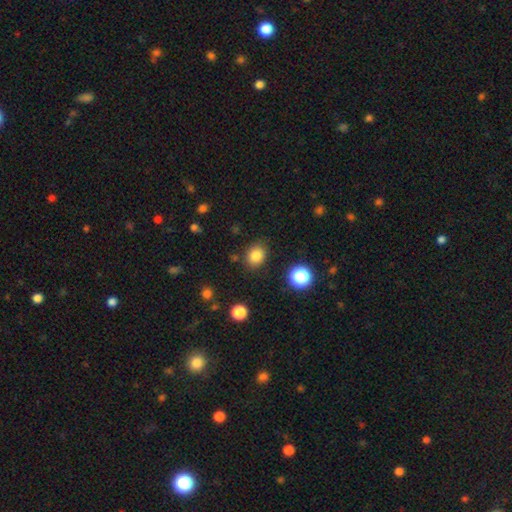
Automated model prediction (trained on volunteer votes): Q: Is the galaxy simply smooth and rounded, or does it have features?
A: smooth — 82%.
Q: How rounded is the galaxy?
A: round — 56%.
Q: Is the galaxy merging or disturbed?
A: none — 83%.